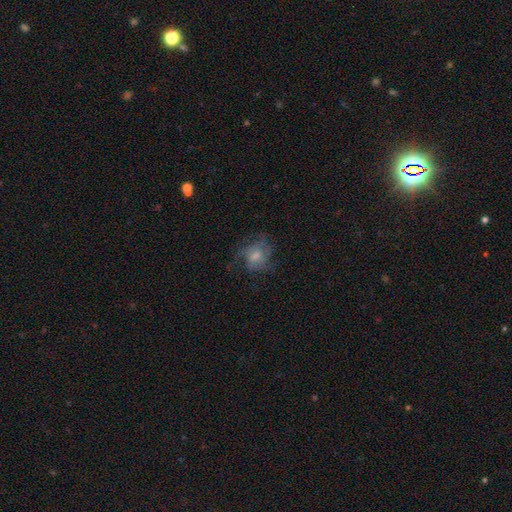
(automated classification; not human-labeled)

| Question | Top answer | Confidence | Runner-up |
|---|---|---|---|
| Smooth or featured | smooth | 48% | featured or disk (41%) |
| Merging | none | 45% | major disturbance (30%) |